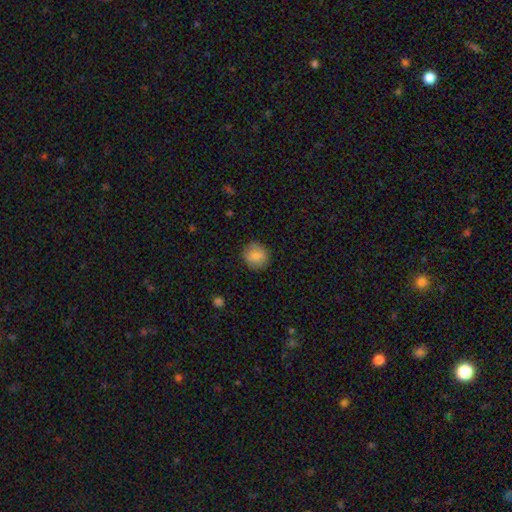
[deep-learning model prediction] This is clearly a smooth galaxy (85%). How rounded: clearly round (83%). Merging: clearly none (85%).